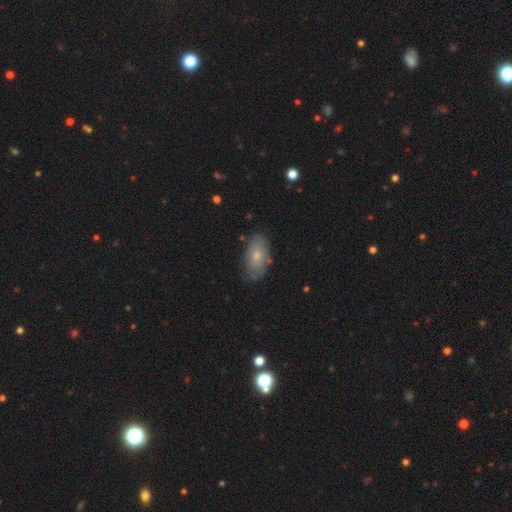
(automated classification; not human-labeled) Smooth or featured: smooth — 64% (featured or disk — 28%)
How rounded: in between — 92% (round — 5%)
Merging: none — 78% (minor disturbance — 17%)